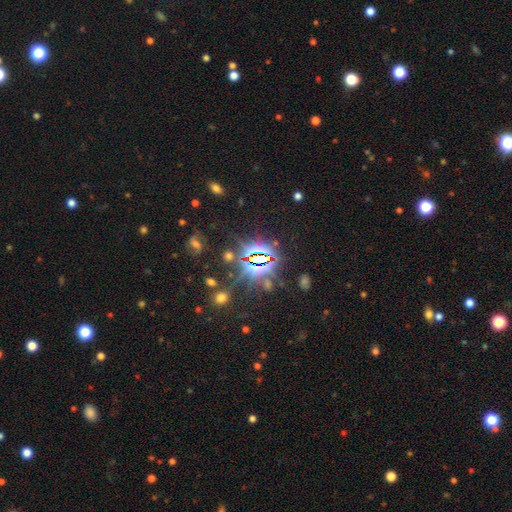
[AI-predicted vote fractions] This appears to be a star or artifact, not a galaxy (78%).